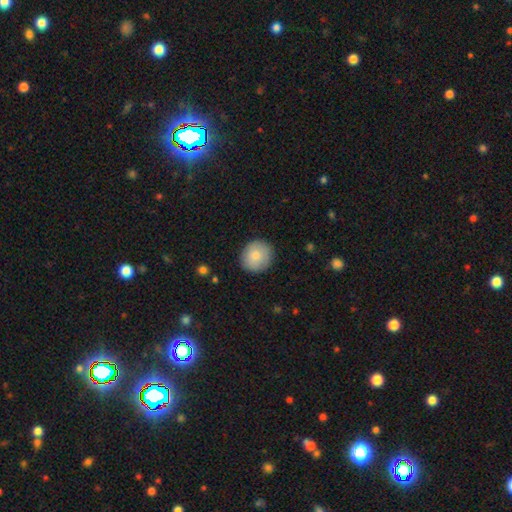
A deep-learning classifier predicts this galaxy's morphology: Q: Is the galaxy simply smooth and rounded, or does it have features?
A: smooth — 82%.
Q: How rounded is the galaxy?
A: round — 88%.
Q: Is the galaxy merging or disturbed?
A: none — 88%.